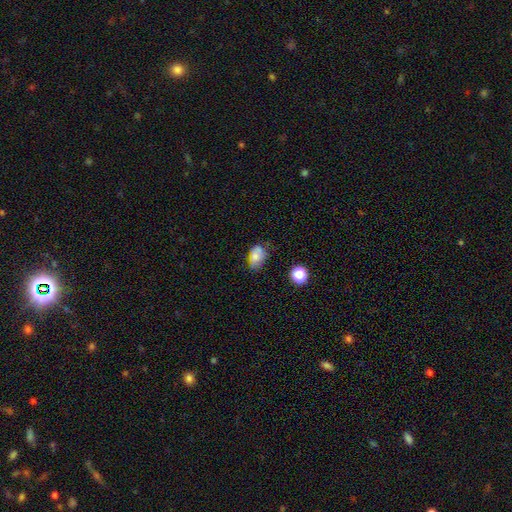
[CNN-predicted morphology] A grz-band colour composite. It shows a smooth galaxy with no disk features (74%) that is in between round and cigar-shaped (82%). Merging: none (51%).